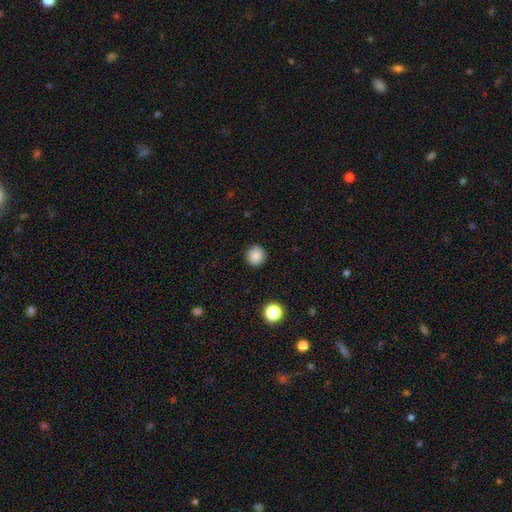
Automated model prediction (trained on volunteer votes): smooth-or-featured: smooth: 86% | star or artifact: 10% | featured or disk: 3%
  how-rounded: round: 93% | in between: 6% | cigar-shaped: 1%
  merging: none: 92% | minor disturbance: 5% | major disturbance: 2% | merger: 1%